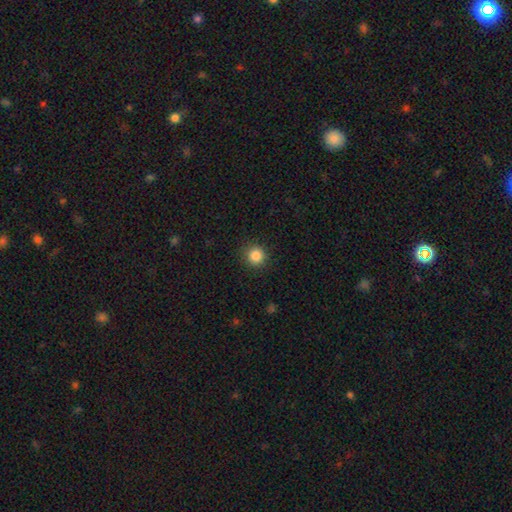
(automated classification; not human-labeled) This is clearly a smooth galaxy (85%). How rounded: clearly round (94%). Merging: clearly none (91%).